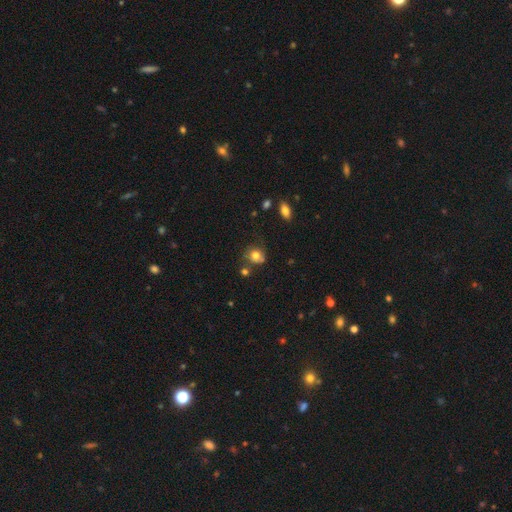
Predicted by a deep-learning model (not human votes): Smooth or featured?
  - smooth: 77% *
  - star or artifact: 12%
  - featured or disk: 11%
How rounded?
  - round: 78% *
  - in between: 21%
  - cigar-shaped: 1%
Merging?
  - none: 63% *
  - minor disturbance: 19%
  - merger: 12%
  - major disturbance: 6%